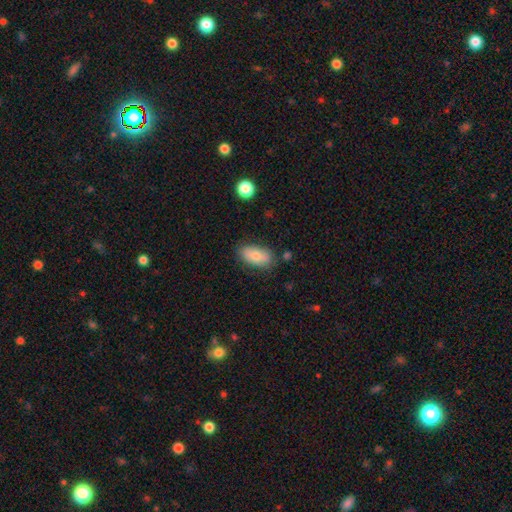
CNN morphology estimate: Smooth or featured: smooth — 78% (featured or disk — 15%)
How rounded: in between — 91% (cigar-shaped — 5%)
Merging: none — 77% (minor disturbance — 17%)